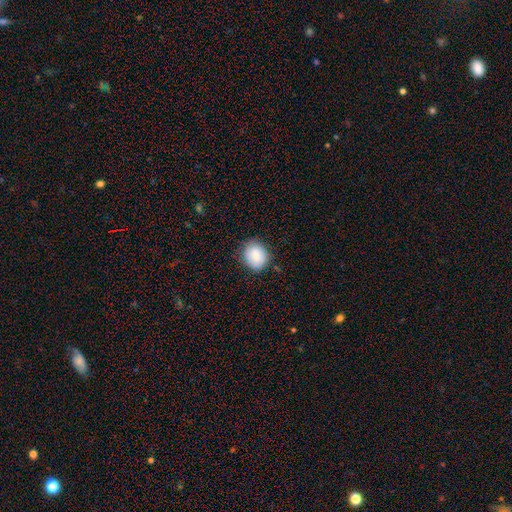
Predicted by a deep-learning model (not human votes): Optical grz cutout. It shows a smooth galaxy with no disk features (85%) that is round (62%). Merging: none (78%).